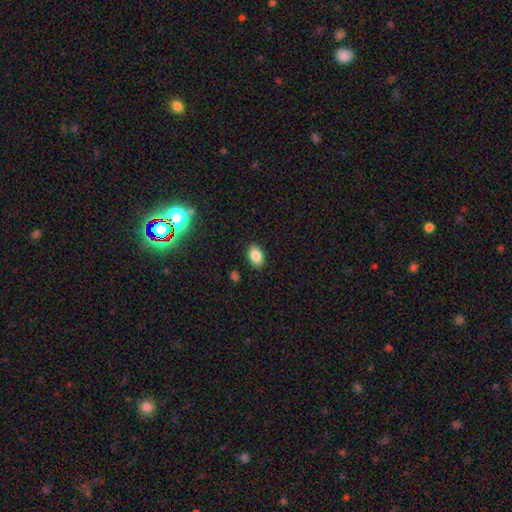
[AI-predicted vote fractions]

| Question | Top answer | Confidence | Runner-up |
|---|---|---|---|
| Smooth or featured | smooth | 85% | star or artifact (9%) |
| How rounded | in between | 87% | round (12%) |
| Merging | none | 88% | minor disturbance (9%) |